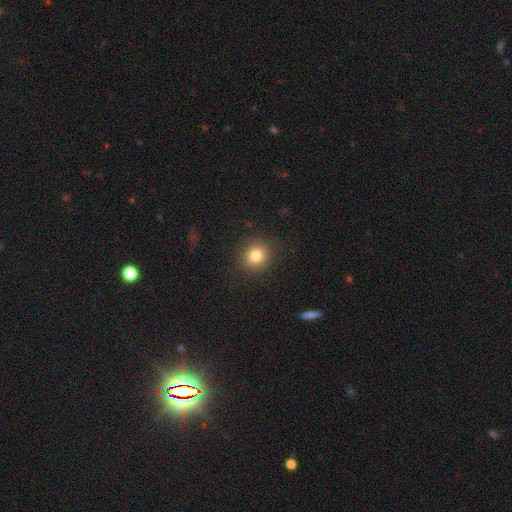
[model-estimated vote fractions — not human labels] smooth-or-featured: smooth: 81% | star or artifact: 12% | featured or disk: 7%
  how-rounded: round: 88% | in between: 11% | cigar-shaped: 1%
  merging: none: 88% | minor disturbance: 8% | major disturbance: 3% | merger: 1%